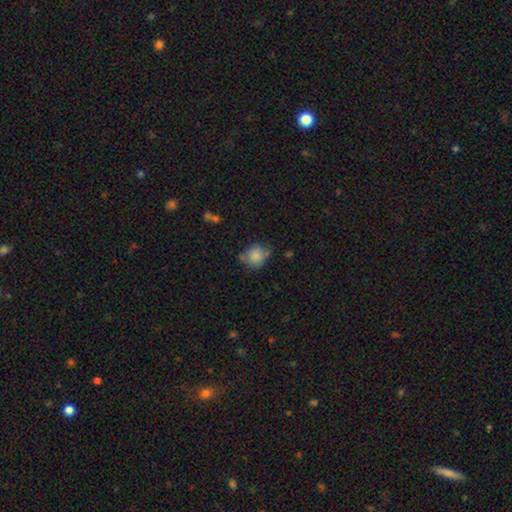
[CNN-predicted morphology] smooth 82%, star or artifact 9%, featured or disk 9%. Down the decision tree: how rounded — round (73%); merging — none (56%).